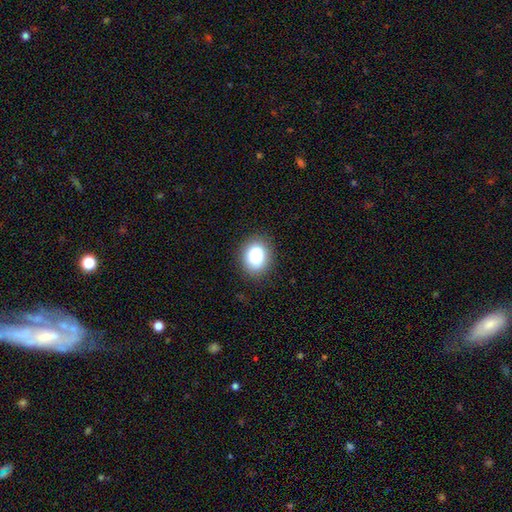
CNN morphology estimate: A smooth galaxy with no disk features (86%) that is in between round and cigar-shaped (50%). Merging: none (86%).